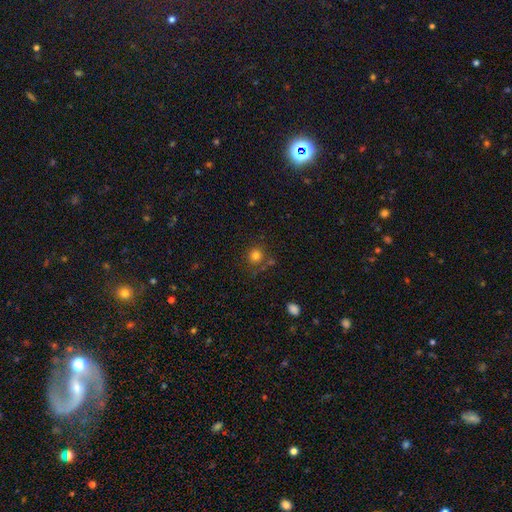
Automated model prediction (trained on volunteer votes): smooth_or_featured: smooth (p=0.79) [alt: star or artifact p=0.14]
how_rounded: round (p=0.90) [alt: in between p=0.09]
merging: none (p=0.74) [alt: minor disturbance p=0.12]